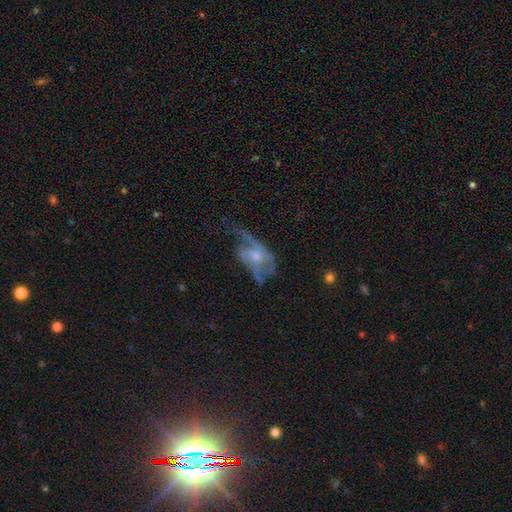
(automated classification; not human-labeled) This appears to be a featured or disk galaxy (70%) with no bar (74%), spiral arms (69%) and a moderate central bulge (48%). Merging: major disturbance (43%).